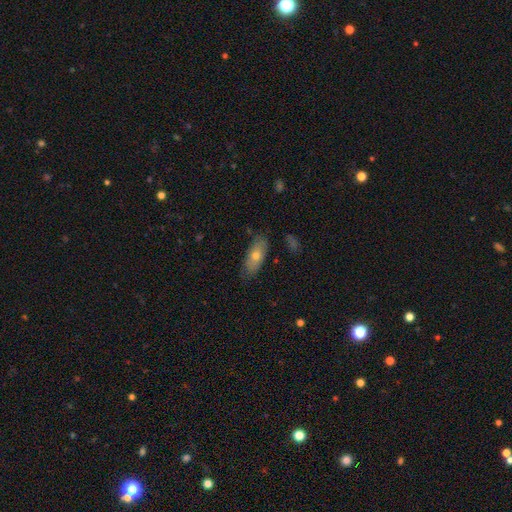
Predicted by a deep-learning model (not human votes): smooth_or_featured: smooth (p=0.64) [alt: featured or disk p=0.28]
how_rounded: in between (p=0.76) [alt: cigar-shaped p=0.21]
merging: none (p=0.82) [alt: minor disturbance p=0.14]